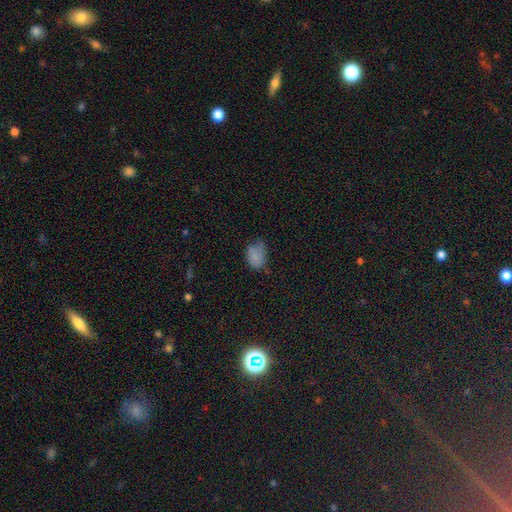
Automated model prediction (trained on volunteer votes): A smooth galaxy with no disk features (79%) that is in between round and cigar-shaped (74%). Merging: none (49%).